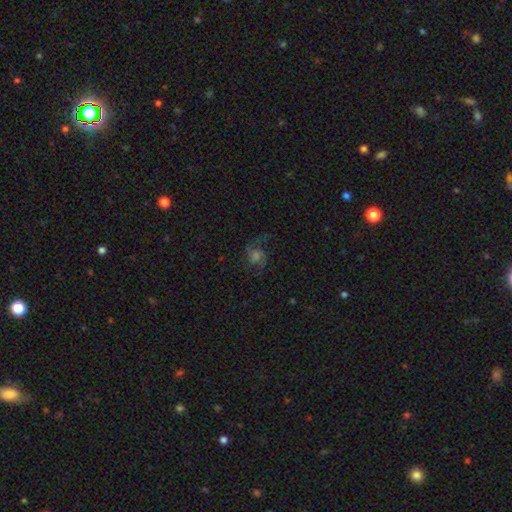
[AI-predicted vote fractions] Smooth or featured? Predicted: featured or disk (p=0.57). Edge-on disk? Predicted: no (p=0.97). Bar? Predicted: no (p=0.64). Spiral arms? Predicted: yes (p=0.91). Spiral winding? Predicted: medium (p=0.45). Spiral arm count? Predicted: 2 (p=0.81). Bulge size? Predicted: moderate (p=0.33). Merging? Predicted: none (p=0.64).